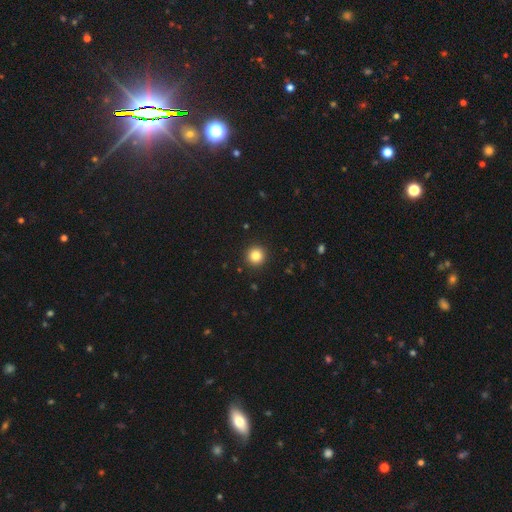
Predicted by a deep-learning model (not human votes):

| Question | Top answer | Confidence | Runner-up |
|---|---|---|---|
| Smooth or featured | smooth | 84% | star or artifact (11%) |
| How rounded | round | 96% | in between (4%) |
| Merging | none | 93% | minor disturbance (4%) |